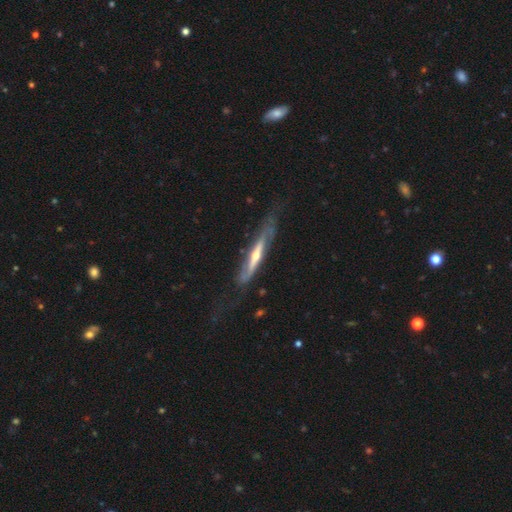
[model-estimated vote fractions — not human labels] Smooth or featured? featured or disk (77%)
Edge-on disk? yes (76%)
Edge-on bulge? rounded (78%)
Merging? none (55%)